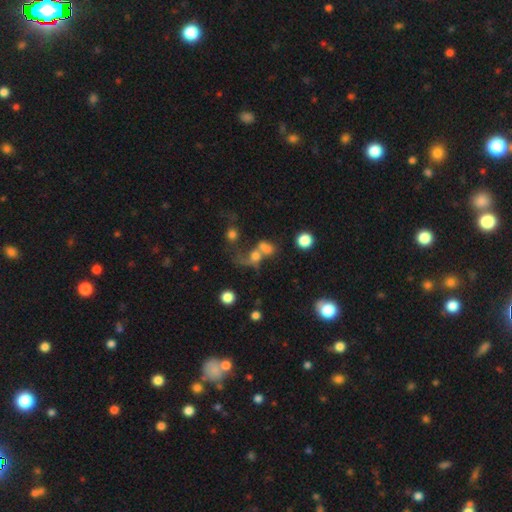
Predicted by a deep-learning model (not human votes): A smooth galaxy with no disk features (54%) that is round (54%). Merging: merger (54%).